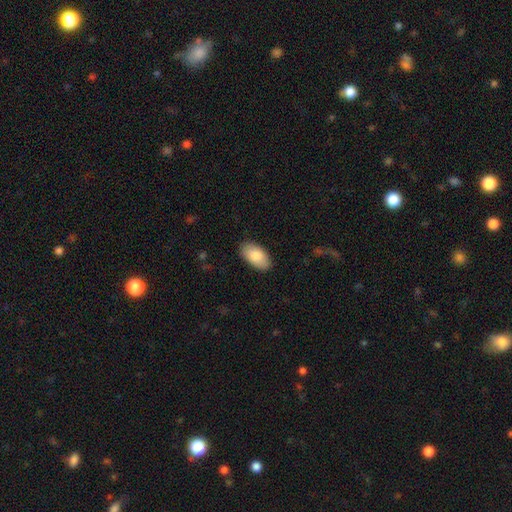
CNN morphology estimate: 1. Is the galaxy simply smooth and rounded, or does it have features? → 85% smooth, 9% featured or disk, 6% star or artifact.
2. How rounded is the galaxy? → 95% in between, 3% round, 2% cigar-shaped.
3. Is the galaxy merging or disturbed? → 87% none, 10% minor disturbance, 2% major disturbance, 1% merger.